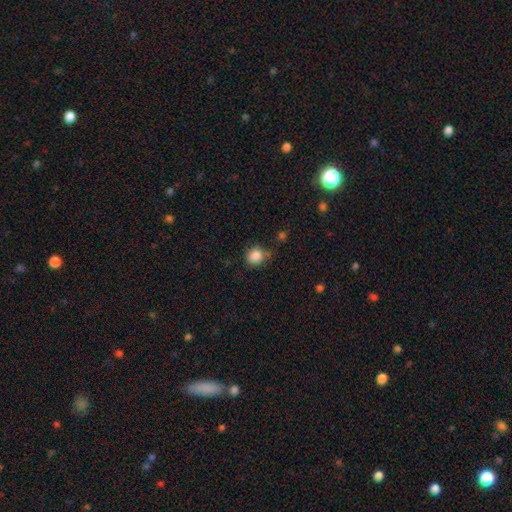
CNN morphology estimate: The model was most divided on "merging": none: 69%, minor disturbance: 21%, merger: 5%, major disturbance: 5%. More confident: smooth or featured — smooth (85%); how rounded — round (80%).